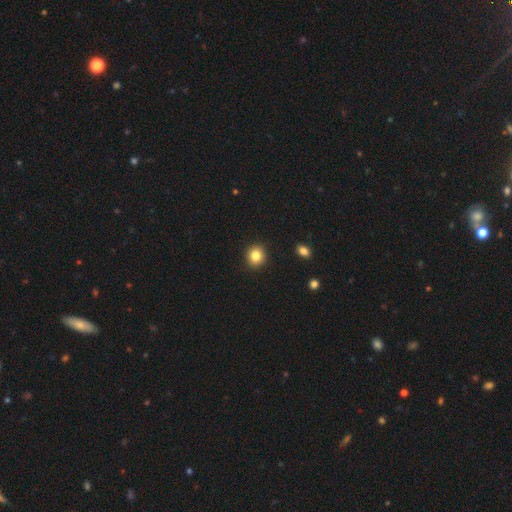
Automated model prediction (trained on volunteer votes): Smooth or featured? Predicted: smooth (p=0.84). How rounded? Predicted: round (p=0.84). Merging? Predicted: none (p=0.91).